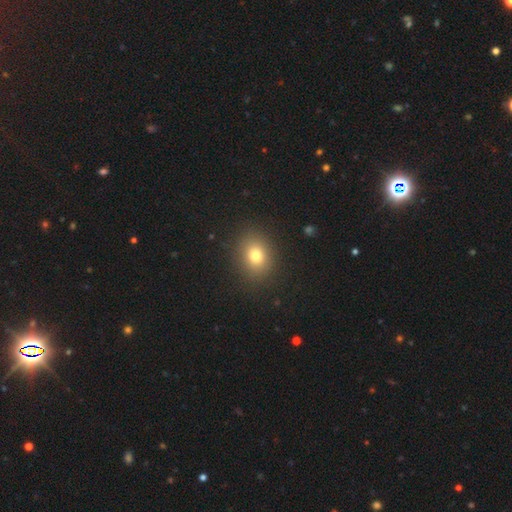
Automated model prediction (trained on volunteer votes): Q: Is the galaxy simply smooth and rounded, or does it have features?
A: smooth — 77%.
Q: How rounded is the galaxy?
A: round — 57%.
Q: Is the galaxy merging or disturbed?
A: none — 88%.